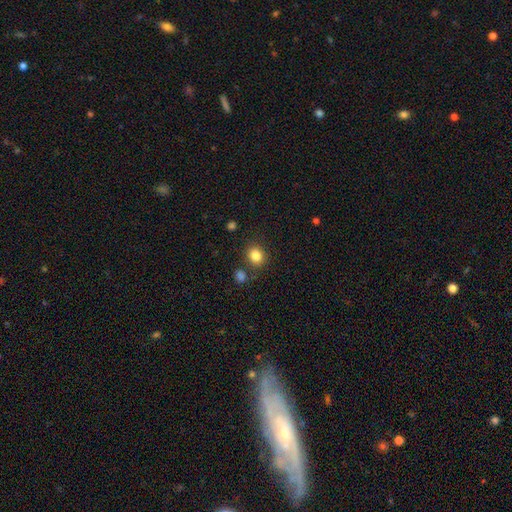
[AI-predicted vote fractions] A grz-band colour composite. It shows a smooth galaxy with no disk features (84%) that is round (68%). Merging: none (80%).